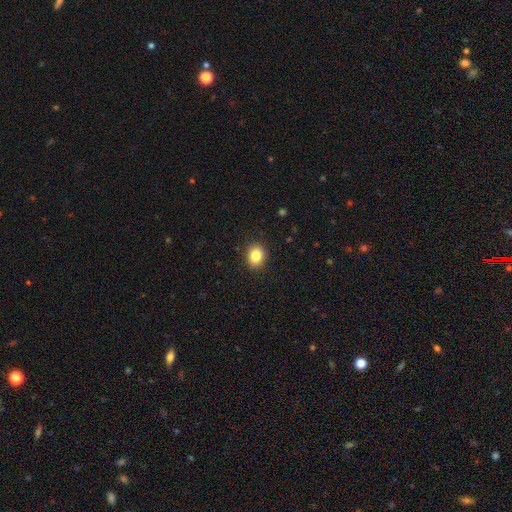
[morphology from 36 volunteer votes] This is clearly a smooth galaxy (92%). How rounded: possibly round (52%). Merging: clearly none (97%).